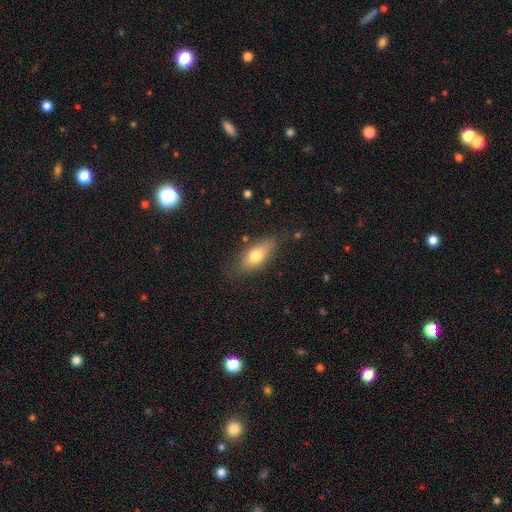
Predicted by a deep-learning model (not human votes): smooth 72%, featured or disk 21%, star or artifact 7%. Down the decision tree: how rounded — in between (77%); merging — none (76%).